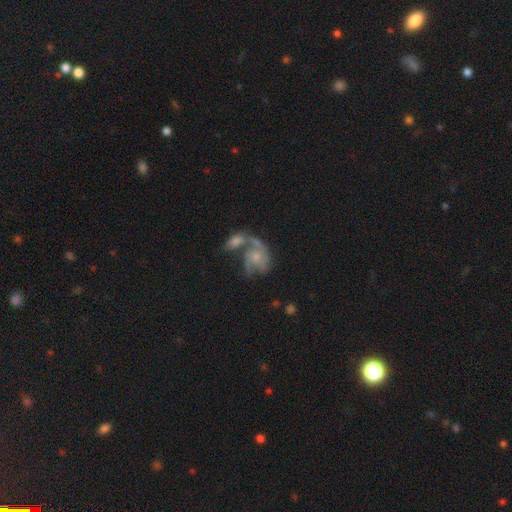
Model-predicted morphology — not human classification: The model was most divided on "spiral winding": medium: 47%, tight: 27%, loose: 26%. Remaining: edge-on disk — no (97%); spiral arms — yes (89%); smooth or featured — featured or disk (76%); bar — no (70%); bulge size — small (52%); spiral arm count — 2 (48%); merging — merger (46%).